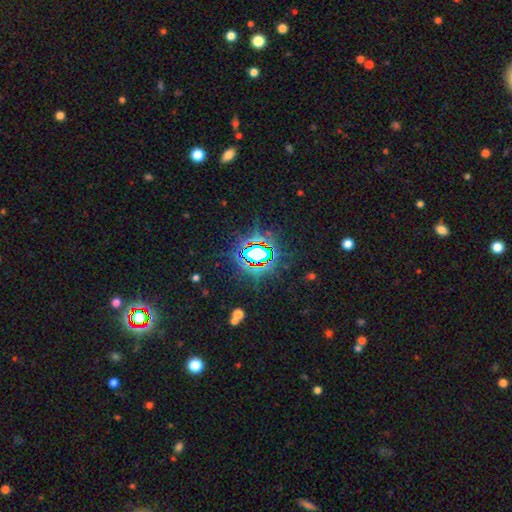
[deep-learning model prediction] Morphology: type=star or artifact (75%).